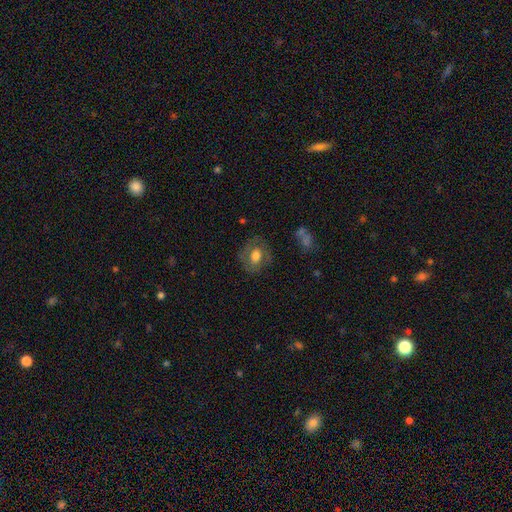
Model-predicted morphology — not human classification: Q: Smooth or featured?
A: smooth (59%); runner-up: featured or disk (32%)
Q: How rounded?
A: round (54%); runner-up: in between (45%)
Q: Merging?
A: none (75%); runner-up: minor disturbance (16%)